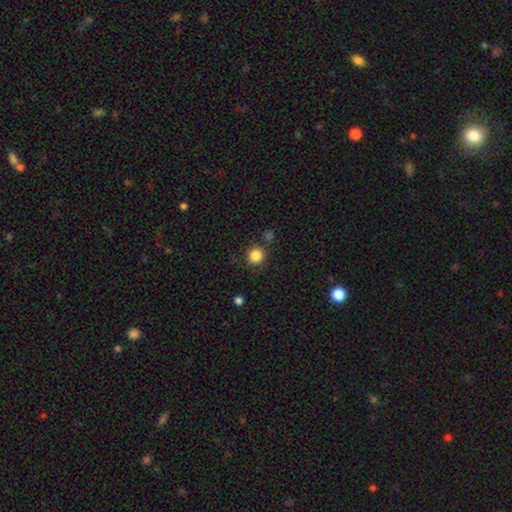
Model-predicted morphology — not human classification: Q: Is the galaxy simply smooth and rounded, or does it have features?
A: smooth — 85%.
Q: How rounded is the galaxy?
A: round — 93%.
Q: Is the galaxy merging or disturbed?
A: none — 83%.